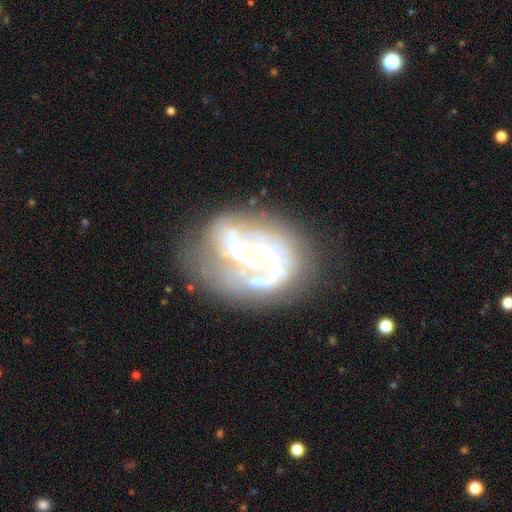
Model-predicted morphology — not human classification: A featured or disk galaxy (85%) with no bar (56%), 2 (52%) medium (48%) spiral arms (92%) and a small central bulge (73%). Merging: none (58%).